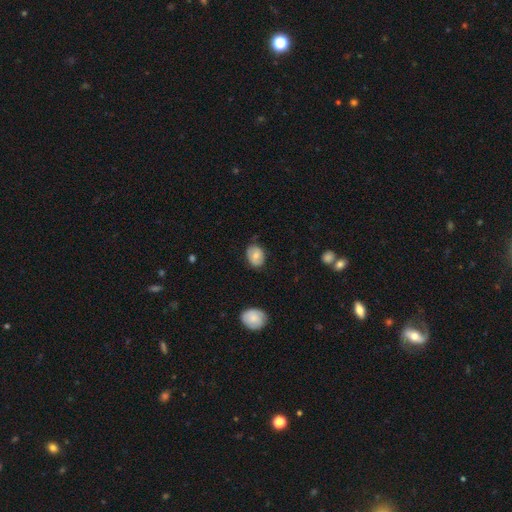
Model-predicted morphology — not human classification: smooth_or_featured: smooth (p=0.66) [alt: featured or disk p=0.27]
how_rounded: in between (p=0.61) [alt: round p=0.38]
merging: none (p=0.75) [alt: minor disturbance p=0.20]